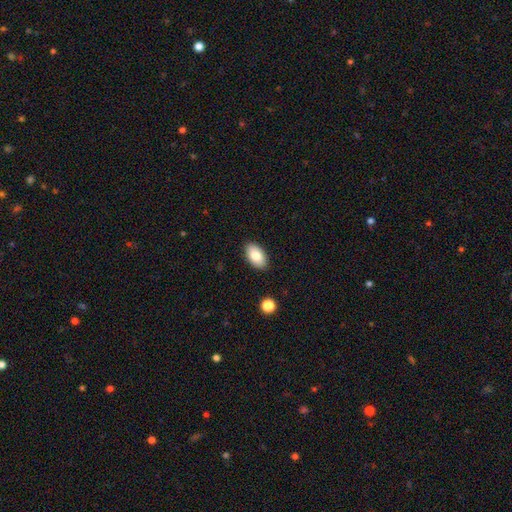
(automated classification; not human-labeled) This appears to be a smooth galaxy with no disk features (82%) that is in between round and cigar-shaped (94%). Merging: none (88%).